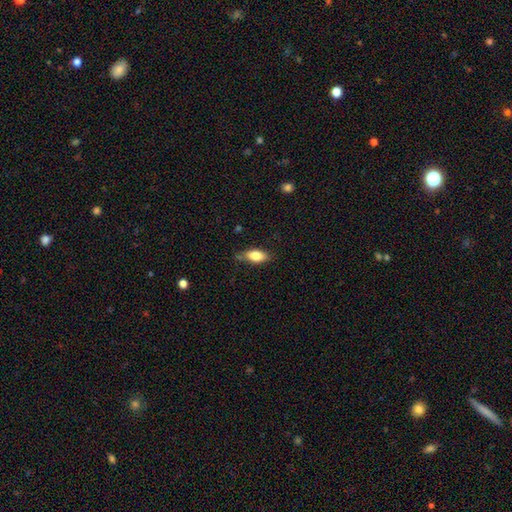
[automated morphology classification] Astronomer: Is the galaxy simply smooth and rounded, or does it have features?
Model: smooth — 78%.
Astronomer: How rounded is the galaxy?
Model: in between — 83%.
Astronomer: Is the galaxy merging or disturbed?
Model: none — 72%.